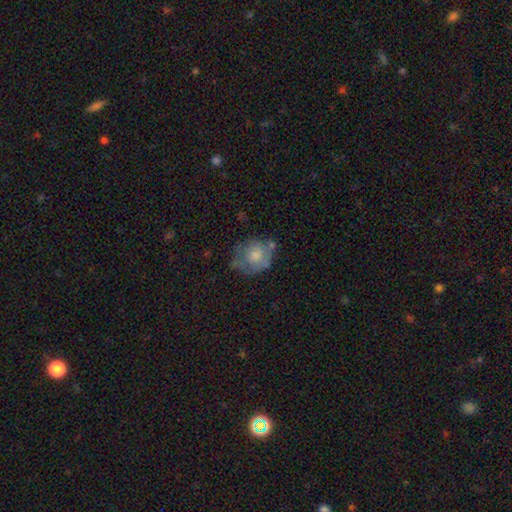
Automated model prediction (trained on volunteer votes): Smooth or featured? smooth (61%)
How rounded? round (68%)
Merging? none (39%)